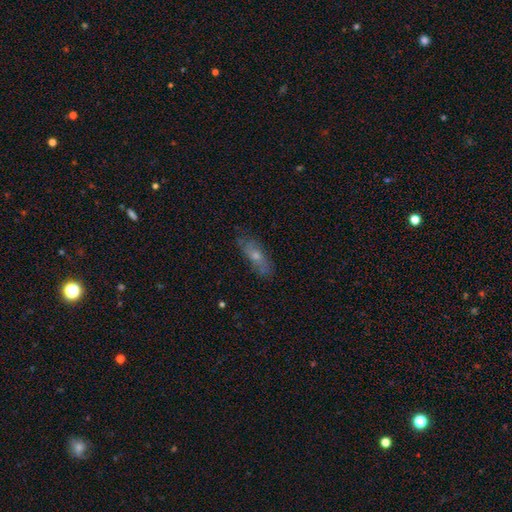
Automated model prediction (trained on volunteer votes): Smooth or featured? Predicted: smooth (p=0.54). How rounded? Predicted: in between (p=0.56). Merging? Predicted: none (p=0.75).